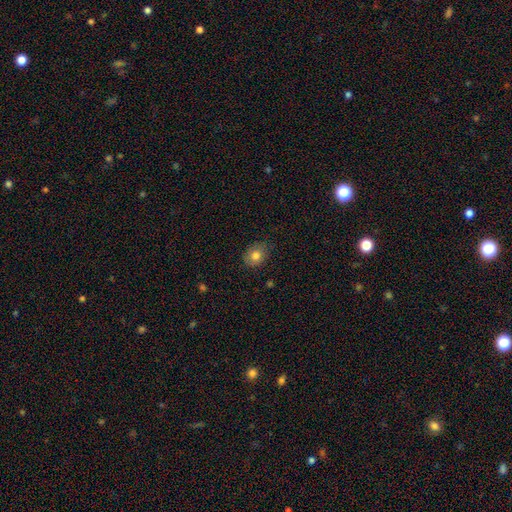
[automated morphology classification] type=smooth (80%); roundness=in between (50%); merging=none (75%).